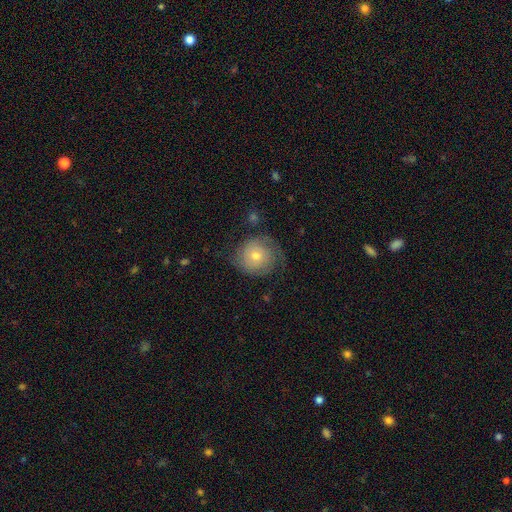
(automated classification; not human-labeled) featured or disk 60%, smooth 31%, star or artifact 8%. Down the decision tree: edge-on disk — no (97%); bar — no (80%); spiral arms — yes (87%); spiral arm count — 2 (60%); spiral winding — tight (53%); bulge size — moderate (50%); merging — none (67%).